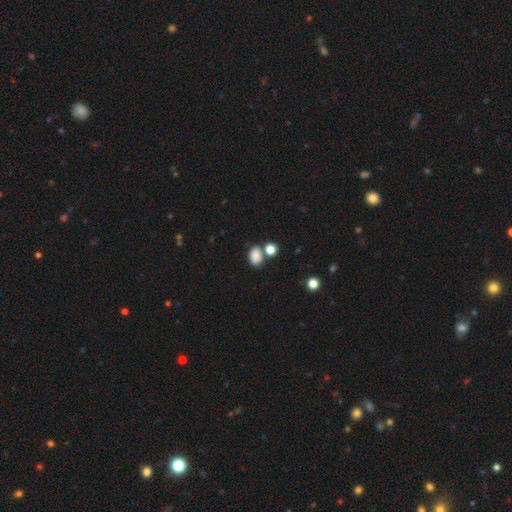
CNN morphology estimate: type=smooth (85%); roundness=in between (77%); merging=none (60%).